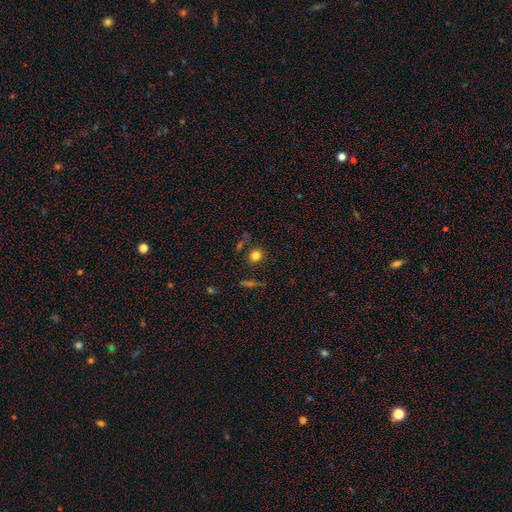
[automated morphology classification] smooth 79%, star or artifact 13%, featured or disk 7%. Down the decision tree: how rounded — round (71%); merging — none (80%).